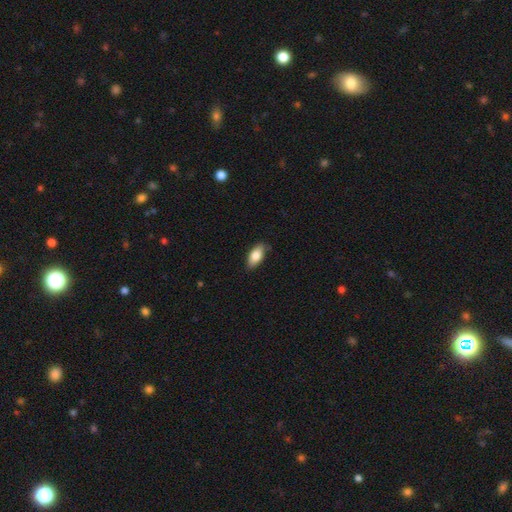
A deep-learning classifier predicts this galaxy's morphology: A smooth galaxy with no disk features (82%) that is in between round and cigar-shaped (88%). Merging: none (83%).